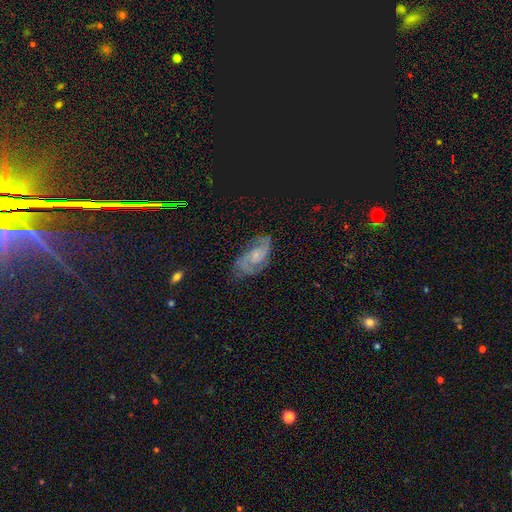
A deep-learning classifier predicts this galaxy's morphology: smooth-or-featured: featured or disk: 71% | smooth: 17% | star or artifact: 12%
  disk-edge-on: no: 96% | yes: 4%
    bar: no: 65% | weak: 30% | strong: 5%
    has-spiral-arms: yes: 93% | no: 7%
      spiral-winding: medium: 48% | tight: 33% | loose: 19%
      spiral-arm-count: 2: 61% | can't tell: 18% | 3: 11% | 1: 4% | 4: 3% | more than 4: 3%
    bulge-size: small: 61% | moderate: 24% | none: 11% | large: 2% | dominant: 1%
  merging: none: 65% | minor disturbance: 23% | major disturbance: 11% | merger: 2%